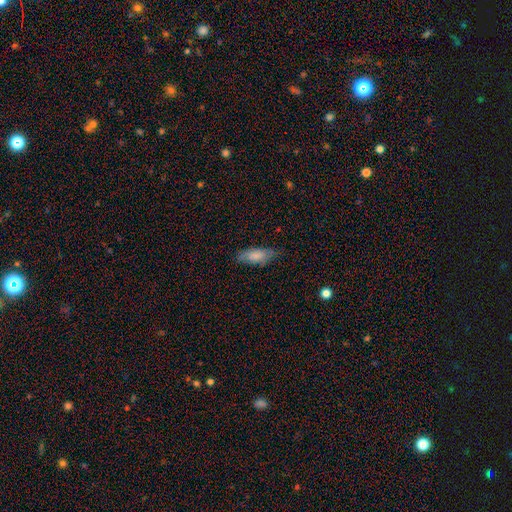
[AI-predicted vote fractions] smooth_or_featured: smooth (p=0.78) [alt: featured or disk p=0.15]
how_rounded: in between (p=0.78) [alt: cigar-shaped p=0.20]
merging: none (p=0.72) [alt: minor disturbance p=0.21]